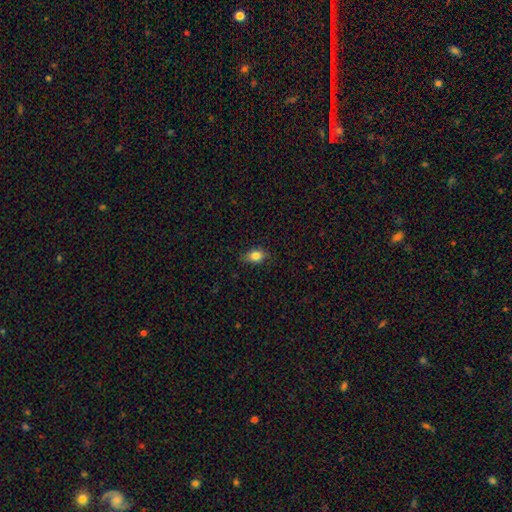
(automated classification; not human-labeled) Smooth or featured: smooth — 83% (star or artifact — 10%)
How rounded: in between — 68% (round — 30%)
Merging: none — 80% (minor disturbance — 16%)